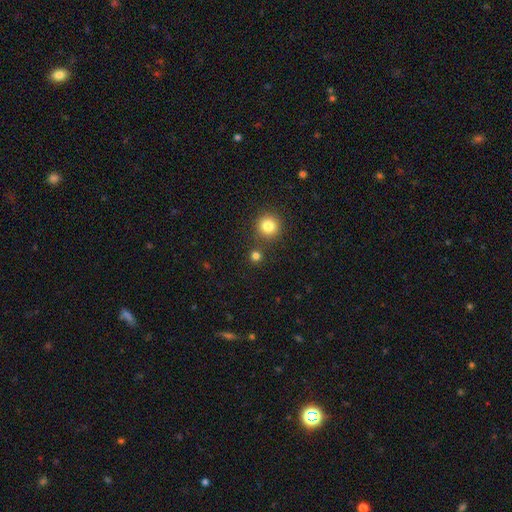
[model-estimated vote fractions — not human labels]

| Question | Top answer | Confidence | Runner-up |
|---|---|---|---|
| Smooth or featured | smooth | 80% | star or artifact (16%) |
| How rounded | round | 93% | in between (6%) |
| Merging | none | 81% | merger (10%) |